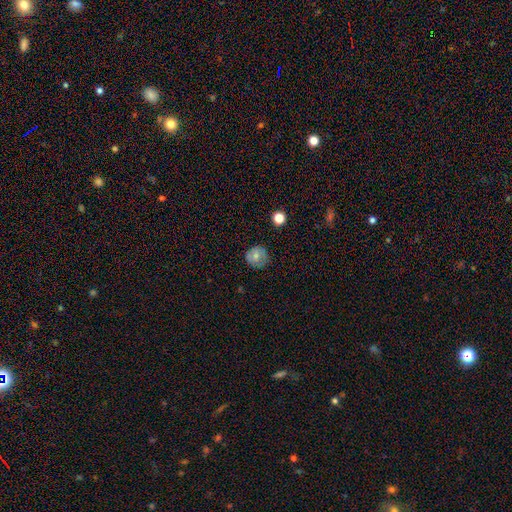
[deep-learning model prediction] smooth 69%, featured or disk 20%, star or artifact 10%. Down the decision tree: how rounded — round (86%); merging — none (75%).